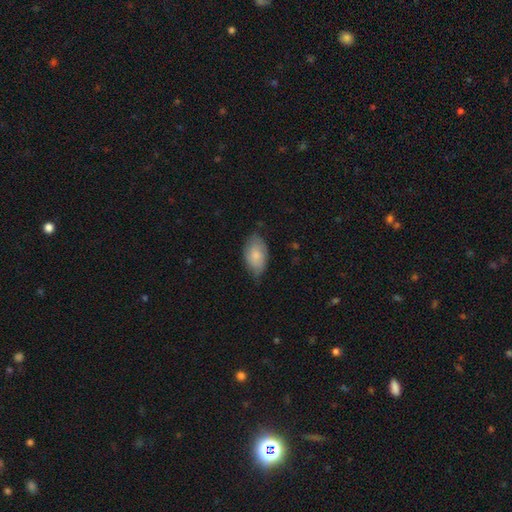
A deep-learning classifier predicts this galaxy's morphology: Smooth or featured? Predicted: smooth (p=0.76). How rounded? Predicted: in between (p=0.93). Merging? Predicted: none (p=0.60).